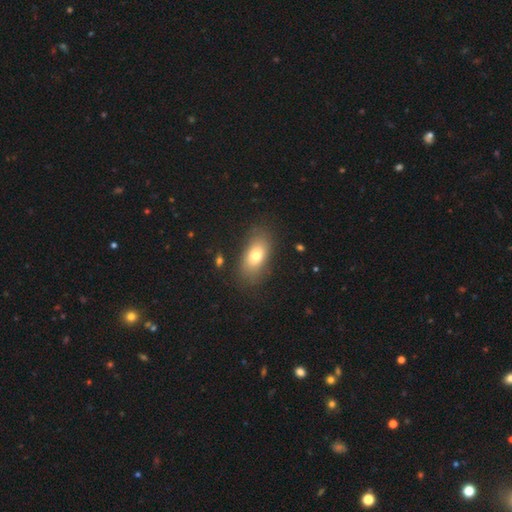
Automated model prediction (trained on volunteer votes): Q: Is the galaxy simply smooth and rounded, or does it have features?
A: smooth — 74%.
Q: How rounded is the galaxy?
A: in between — 88%.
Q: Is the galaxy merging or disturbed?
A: none — 80%.